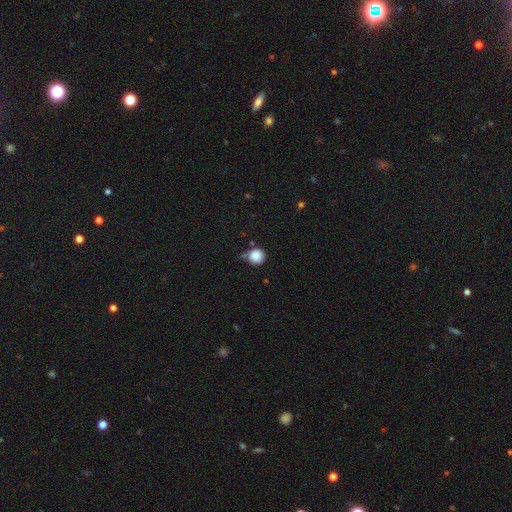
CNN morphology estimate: A smooth galaxy with no disk features (87%) that is round (94%).

Vote fractions:
- Smooth or featured? smooth: 87% / star or artifact: 9% / featured or disk: 4%
- How rounded? round: 94% / in between: 5% / cigar-shaped: 1%
- Merging? none: 62% / minor disturbance: 25% / major disturbance: 7% / merger: 6%